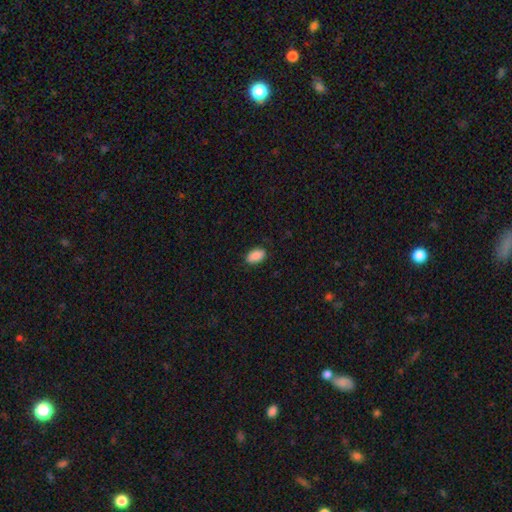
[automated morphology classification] Overall: smooth (89%). How rounded: in between (93%). Merging: none (84%).